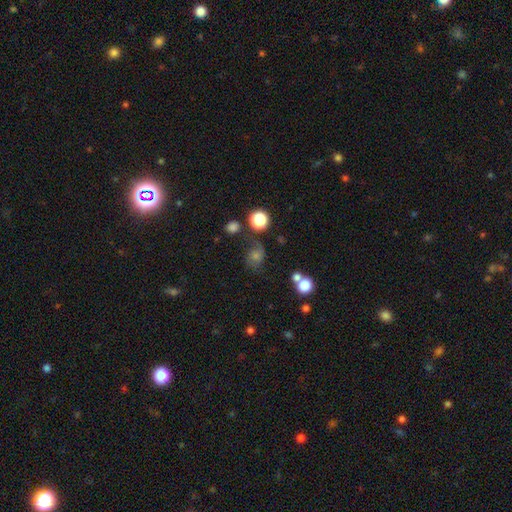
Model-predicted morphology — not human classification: smooth-or-featured: smooth: 46% | featured or disk: 29% | star or artifact: 26%
  merging: none: 63% | minor disturbance: 21% | major disturbance: 11% | merger: 5%